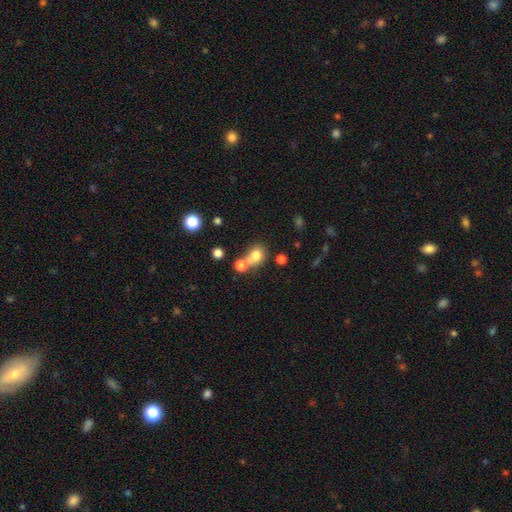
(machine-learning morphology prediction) Smooth or featured? Predicted: smooth (p=0.76). How rounded? Predicted: round (p=0.70). Merging? Predicted: none (p=0.46).